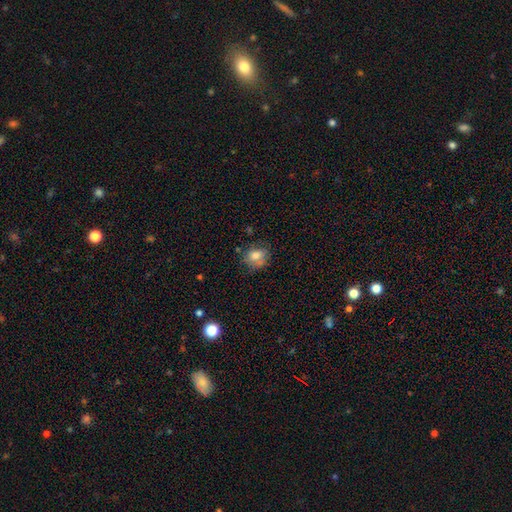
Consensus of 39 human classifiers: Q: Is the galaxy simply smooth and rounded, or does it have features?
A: smooth — 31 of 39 (79%).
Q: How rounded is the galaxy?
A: in between — 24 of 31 (77%).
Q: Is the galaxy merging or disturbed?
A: none — 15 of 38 (39%).